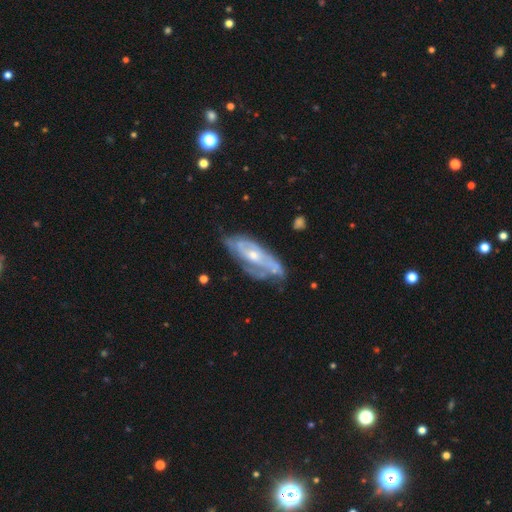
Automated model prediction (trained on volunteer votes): This is likely a featured or disk galaxy (74%). It is clearly not viewed edge-on (84%). Bar: likely no (64%). Spiral arm pattern: likely yes (78%). Central bulge: possibly small (53%). Merging: possibly none (60%).